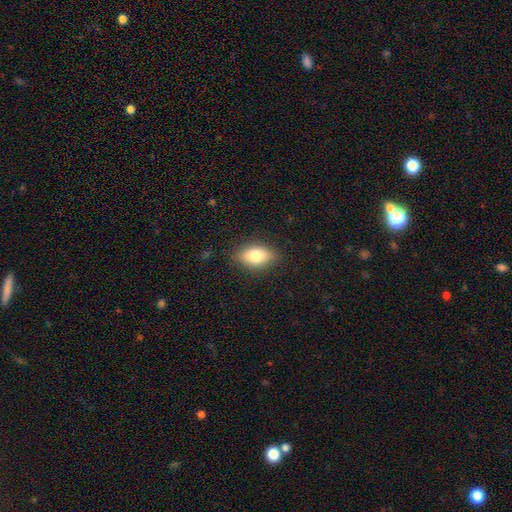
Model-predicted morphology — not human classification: This appears to be a smooth galaxy with no disk features (78%) that is in between round and cigar-shaped (86%). Merging: none (85%).